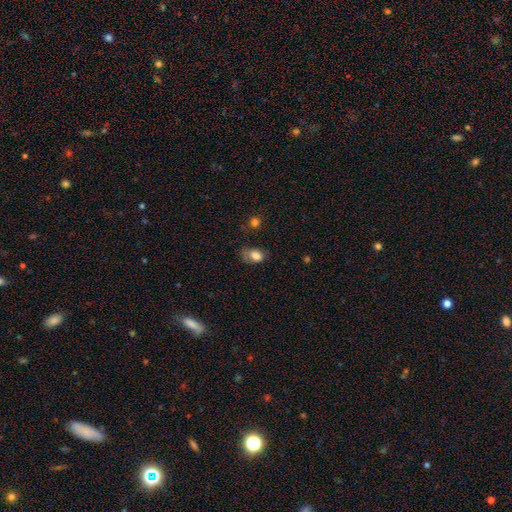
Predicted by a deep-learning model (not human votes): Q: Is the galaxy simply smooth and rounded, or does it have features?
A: smooth — 80%.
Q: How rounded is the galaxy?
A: in between — 80%.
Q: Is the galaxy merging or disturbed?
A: none — 36%.